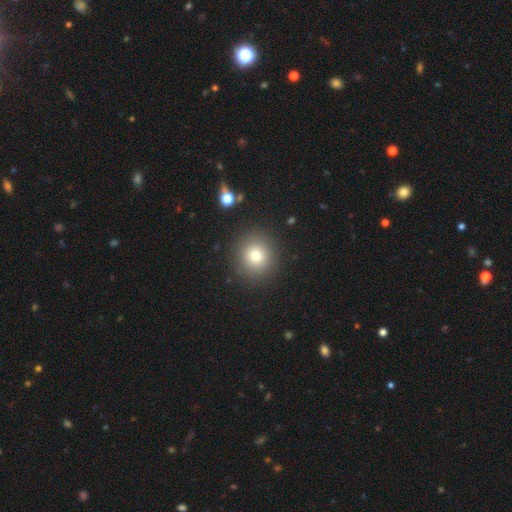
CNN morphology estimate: Smooth or featured? smooth (77%)
How rounded? round (91%)
Merging? none (89%)